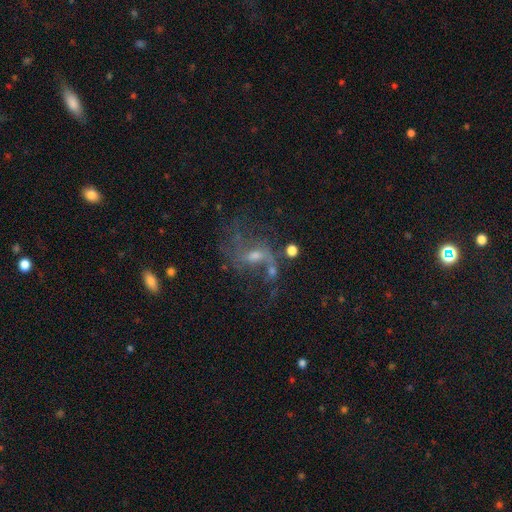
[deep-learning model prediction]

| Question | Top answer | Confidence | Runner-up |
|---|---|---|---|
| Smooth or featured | featured or disk | 71% | smooth (15%) |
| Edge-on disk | no | 96% | yes (4%) |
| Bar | weak | 49% | no (35%) |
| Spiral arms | yes | 78% | no (22%) |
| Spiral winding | loose | 72% | medium (22%) |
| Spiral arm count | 2 | 65% | can't tell (15%) |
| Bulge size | small | 44% | moderate (42%) |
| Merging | none | 41% | major disturbance (30%) |